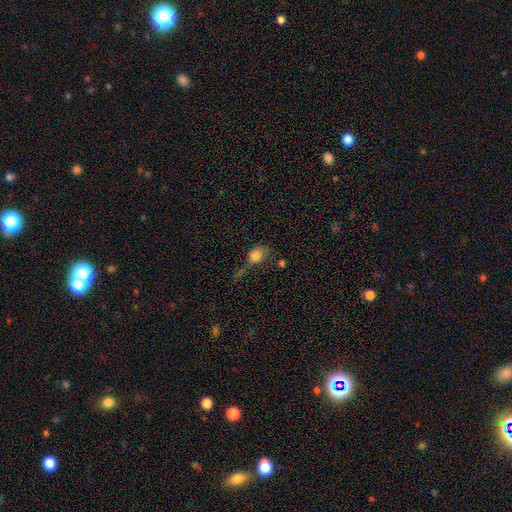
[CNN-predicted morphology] Smooth or featured?
  - smooth: 75% *
  - star or artifact: 13%
  - featured or disk: 12%
How rounded?
  - round: 51% *
  - in between: 46%
  - cigar-shaped: 3%
Merging?
  - major disturbance: 30% *
  - none: 28%
  - merger: 22%
  - minor disturbance: 20%